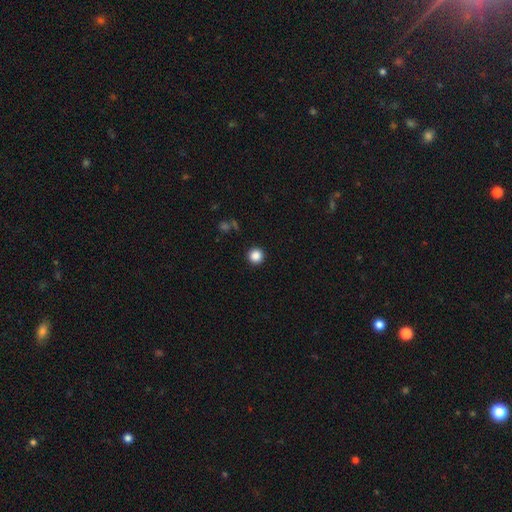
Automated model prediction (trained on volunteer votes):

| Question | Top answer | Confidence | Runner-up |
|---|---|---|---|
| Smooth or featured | smooth | 86% | star or artifact (11%) |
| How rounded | round | 96% | in between (3%) |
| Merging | none | 93% | minor disturbance (4%) |